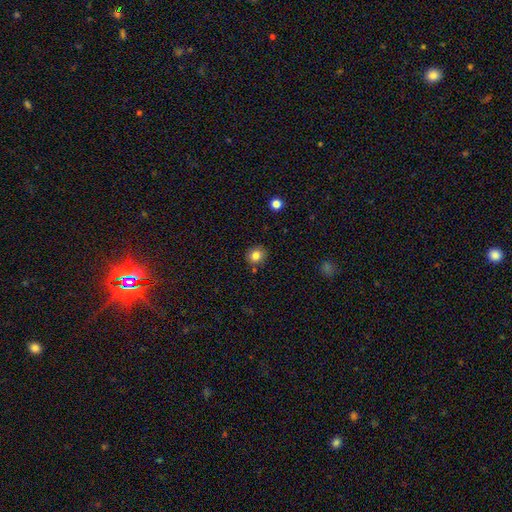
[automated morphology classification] Smooth or featured: smooth — 82% (star or artifact — 11%)
How rounded: round — 82% (in between — 17%)
Merging: none — 86% (minor disturbance — 9%)